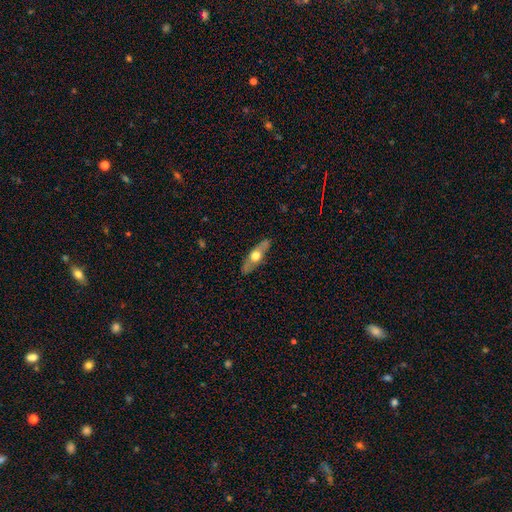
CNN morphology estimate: Smooth or featured? featured or disk (51%)
Edge-on disk? yes (66%)
Merging? none (86%)